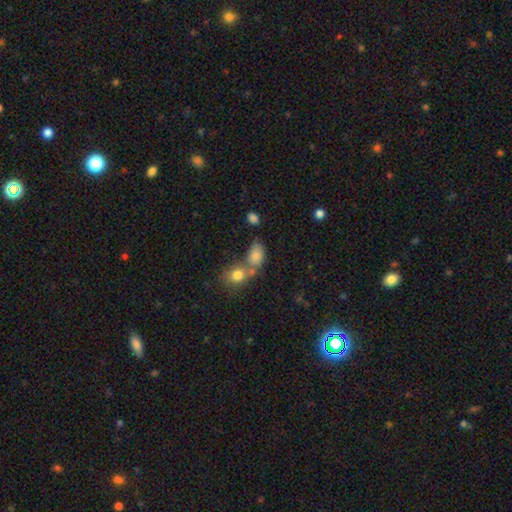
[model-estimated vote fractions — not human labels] smooth 80%, star or artifact 11%, featured or disk 10%. Down the decision tree: how rounded — in between (83%); merging — merger (42%).